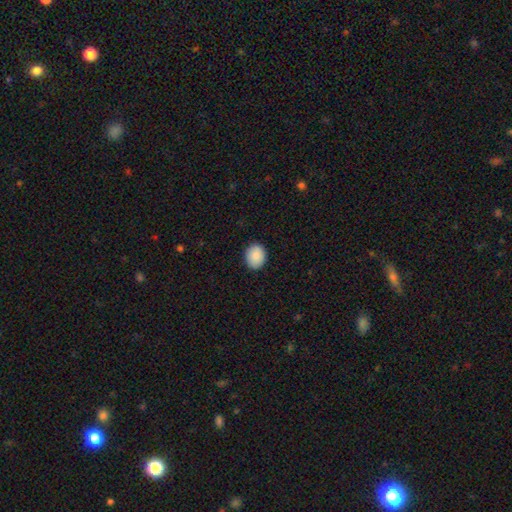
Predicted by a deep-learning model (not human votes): Smooth or featured? Predicted: smooth (p=0.90). How rounded? Predicted: round (p=0.55). Merging? Predicted: none (p=0.89).